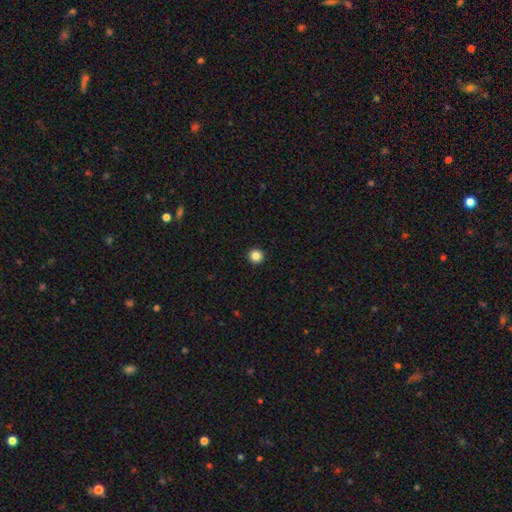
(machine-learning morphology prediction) Smooth or featured? smooth (86%)
How rounded? round (95%)
Merging? none (94%)